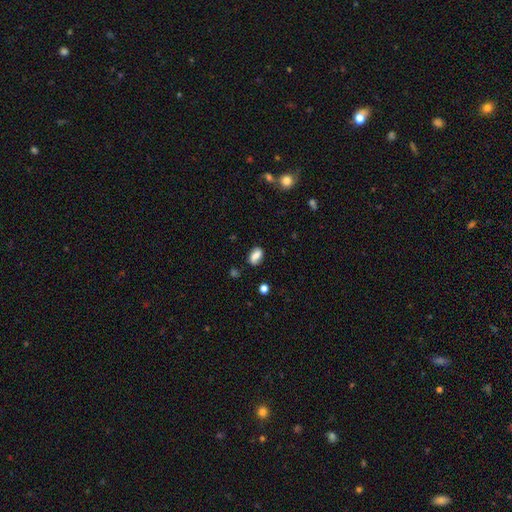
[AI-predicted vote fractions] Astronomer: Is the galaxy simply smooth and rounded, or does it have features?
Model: smooth — 73%.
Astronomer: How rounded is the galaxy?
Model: in between — 84%.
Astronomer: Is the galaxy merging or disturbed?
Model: none — 74%.